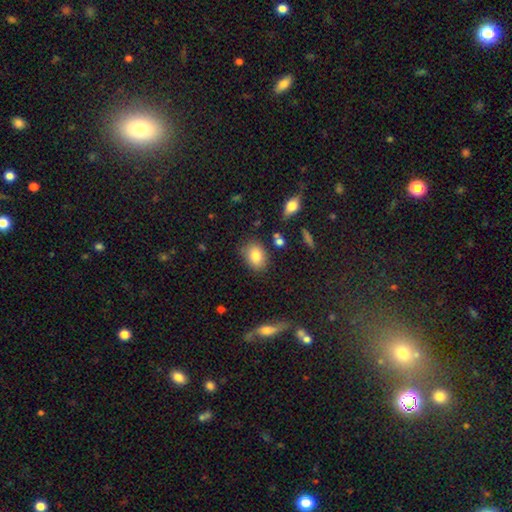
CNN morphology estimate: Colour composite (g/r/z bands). It shows a smooth galaxy with no disk features (81%) that is in between round and cigar-shaped (68%). Merging: none (78%).